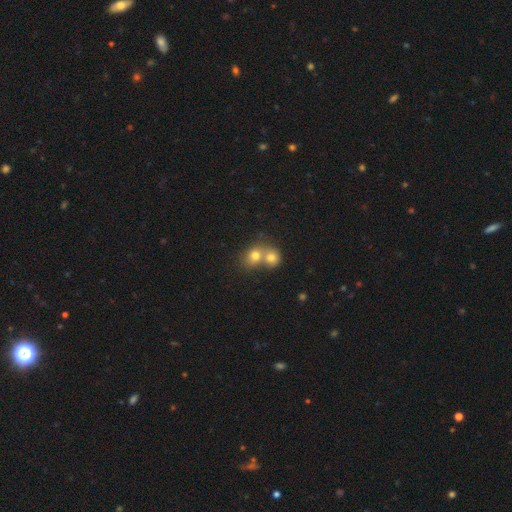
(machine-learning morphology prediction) The model was most divided on "how rounded": round: 69%, in between: 30%, cigar-shaped: 1%. More confident: smooth or featured — smooth (73%); merging — merger (67%).